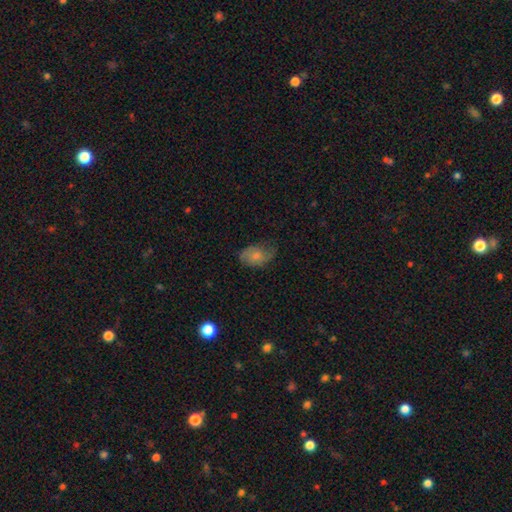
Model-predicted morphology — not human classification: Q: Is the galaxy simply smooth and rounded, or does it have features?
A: smooth — 60%.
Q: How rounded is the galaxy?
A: in between — 84%.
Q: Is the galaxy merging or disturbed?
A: none — 52%.